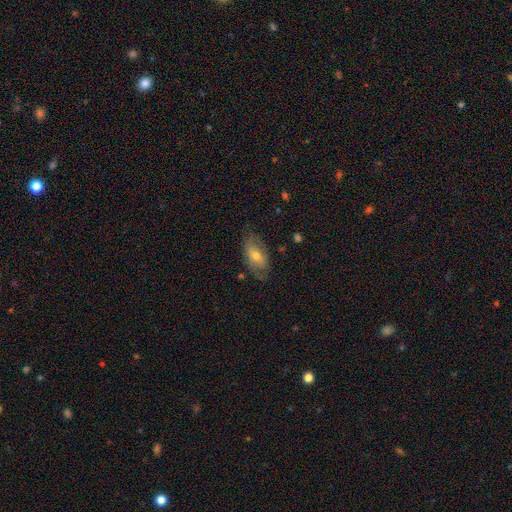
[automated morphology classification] Smooth or featured: smooth — 53% (featured or disk — 40%)
How rounded: in between — 89% (cigar-shaped — 5%)
Merging: none — 71% (minor disturbance — 21%)